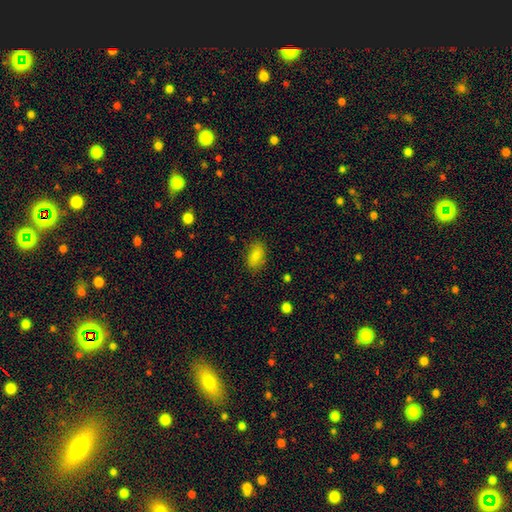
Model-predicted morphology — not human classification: A smooth galaxy with no disk features (86%) that is in between round and cigar-shaped (90%).

Vote fractions:
- Smooth or featured? smooth: 86% / star or artifact: 8% / featured or disk: 6%
- How rounded? in between: 90% / round: 6% / cigar-shaped: 4%
- Merging? none: 83% / minor disturbance: 13% / major disturbance: 4% / merger: 1%